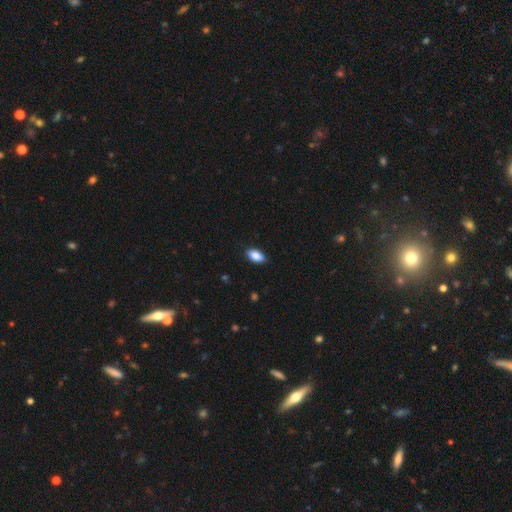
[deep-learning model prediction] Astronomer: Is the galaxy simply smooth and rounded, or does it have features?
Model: smooth — 86%.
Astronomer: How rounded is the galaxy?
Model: in between — 92%.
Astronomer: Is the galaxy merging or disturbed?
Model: none — 87%.